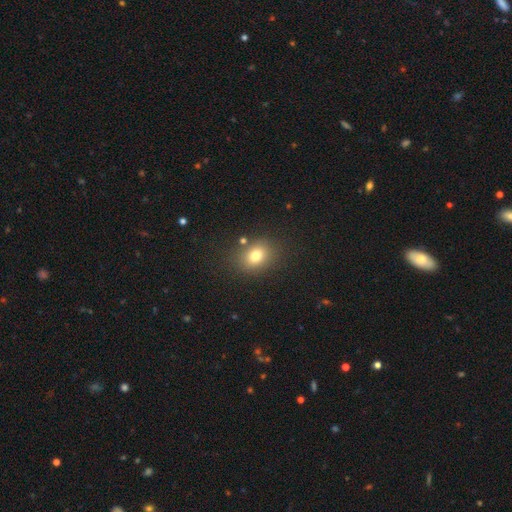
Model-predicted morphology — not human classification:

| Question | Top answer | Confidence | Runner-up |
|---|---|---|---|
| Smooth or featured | smooth | 78% | star or artifact (13%) |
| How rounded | in between | 51% | round (48%) |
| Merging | none | 79% | minor disturbance (12%) |